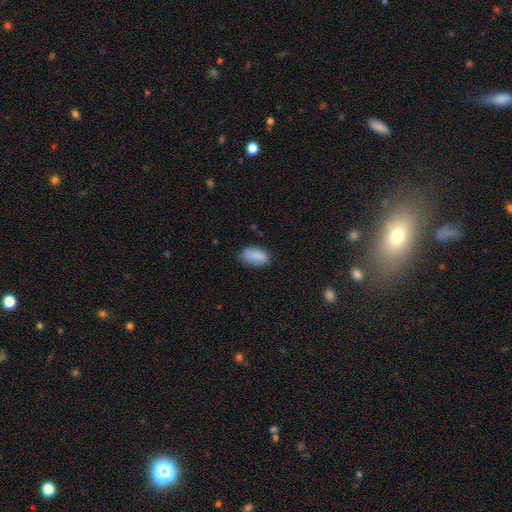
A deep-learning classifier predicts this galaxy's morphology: Smooth or featured: smooth — 86% (star or artifact — 7%)
How rounded: in between — 91% (round — 5%)
Merging: none — 72% (minor disturbance — 22%)